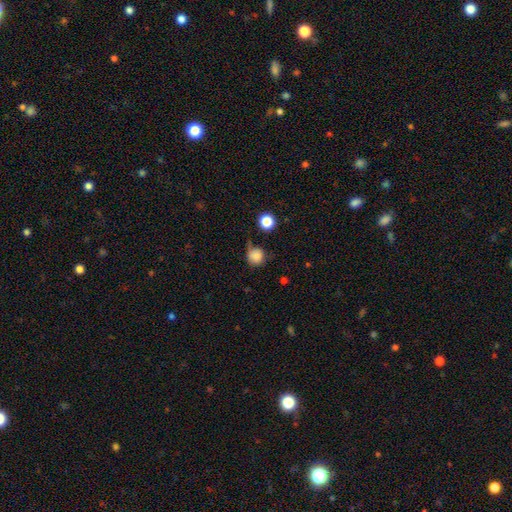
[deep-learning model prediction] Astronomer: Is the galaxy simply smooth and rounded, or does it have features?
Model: smooth — 83%.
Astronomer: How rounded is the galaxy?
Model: round — 90%.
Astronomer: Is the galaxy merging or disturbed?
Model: none — 58%.